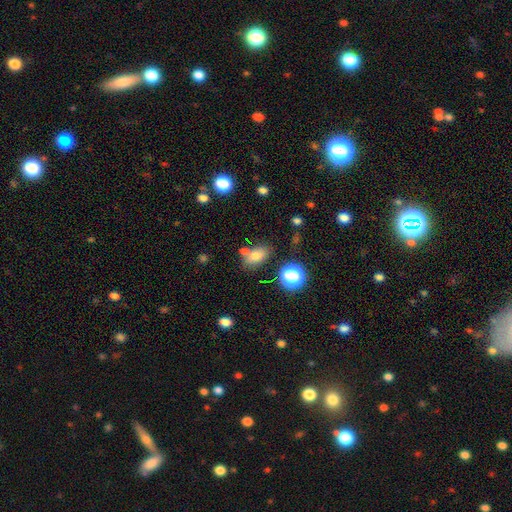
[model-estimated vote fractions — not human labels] Smooth or featured: smooth — 75% (star or artifact — 14%)
How rounded: in between — 82% (round — 14%)
Merging: none — 67% (merger — 15%)